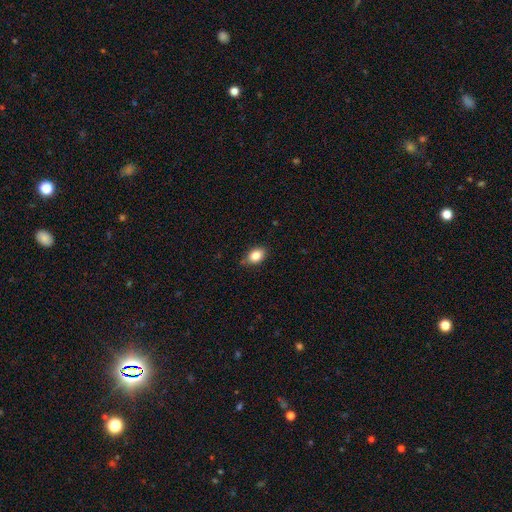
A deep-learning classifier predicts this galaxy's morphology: Smooth or featured? Predicted: smooth (p=0.85). How rounded? Predicted: in between (p=0.81). Merging? Predicted: none (p=0.76).